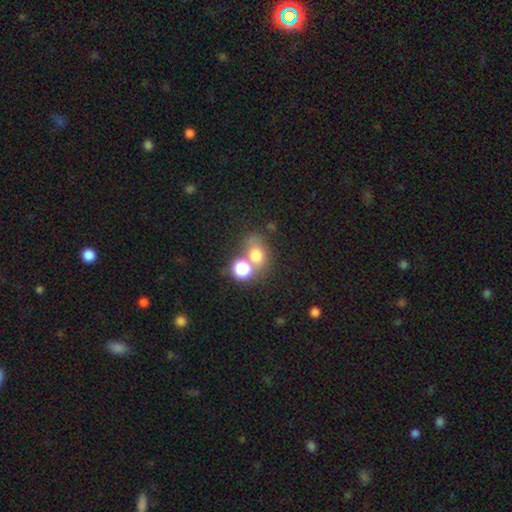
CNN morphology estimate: A smooth galaxy with no disk features (68%) that is round (61%).

Vote fractions:
- Smooth or featured? smooth: 68% / star or artifact: 19% / featured or disk: 13%
- How rounded? round: 61% / in between: 38% / cigar-shaped: 1%
- Merging? none: 46% / merger: 37% / minor disturbance: 11% / major disturbance: 7%